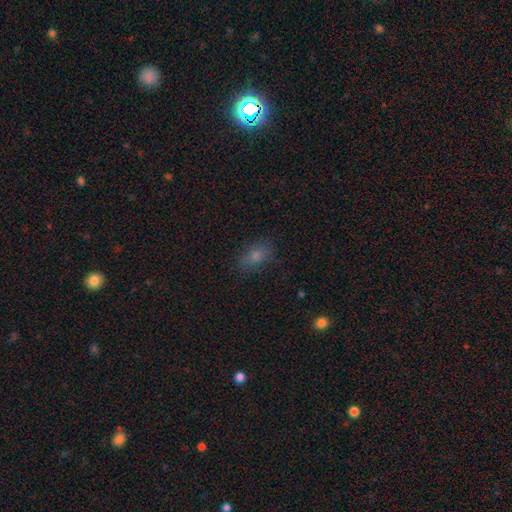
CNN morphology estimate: Smooth or featured? smooth (73%)
How rounded? in between (83%)
Merging? none (80%)